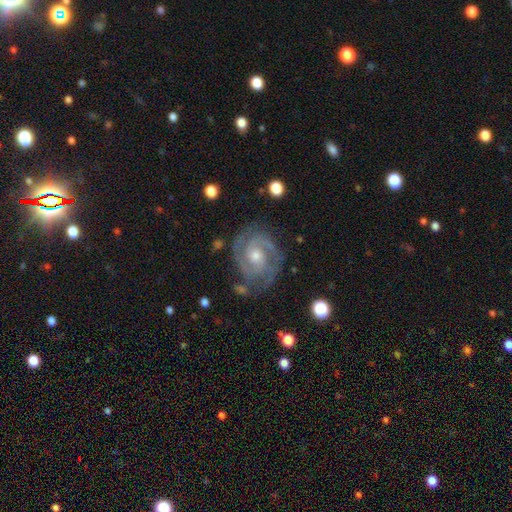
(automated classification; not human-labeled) The model was most divided on "bulge size": moderate: 51%, small: 44%, large: 2%, none: 2%, dominant: 1%. More confident: spiral arms — yes (98%); edge-on disk — no (98%); smooth or featured — featured or disk (91%); merging — none (78%); spiral arm count — 2 (70%); spiral winding — tight (66%); bar — no (64%).